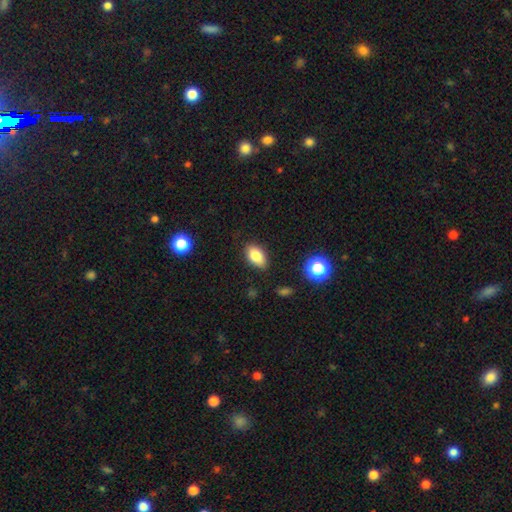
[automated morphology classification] smooth_or_featured: smooth (p=0.82) [alt: star or artifact p=0.09]
how_rounded: in between (p=0.89) [alt: round p=0.09]
merging: none (p=0.85) [alt: minor disturbance p=0.11]